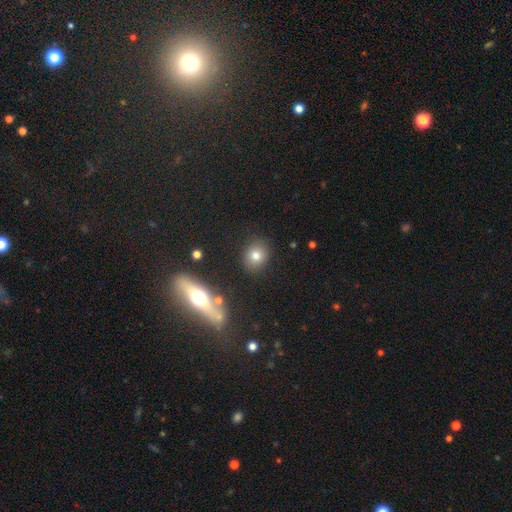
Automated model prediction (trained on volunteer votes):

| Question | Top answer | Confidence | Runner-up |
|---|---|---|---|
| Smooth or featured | smooth | 77% | star or artifact (13%) |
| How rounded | round | 70% | in between (28%) |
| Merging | none | 86% | minor disturbance (9%) |